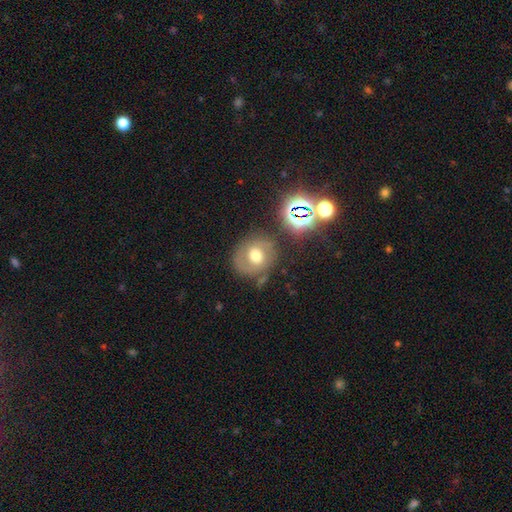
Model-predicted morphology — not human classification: Smooth or featured? Predicted: smooth (p=0.48). Merging? Predicted: none (p=0.68).